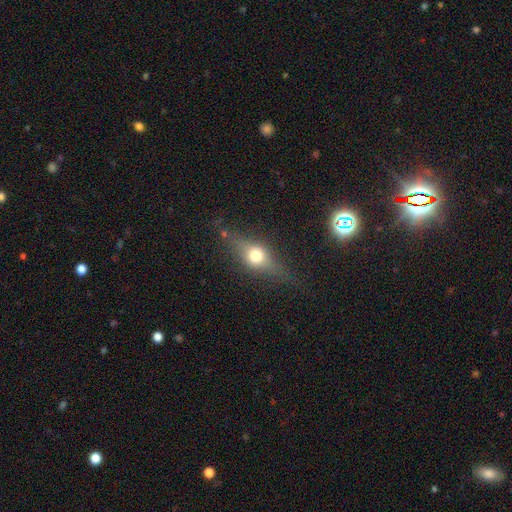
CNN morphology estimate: smooth-or-featured: featured or disk: 49% | smooth: 39% | star or artifact: 12%
  merging: none: 77% | minor disturbance: 15% | major disturbance: 7% | merger: 2%